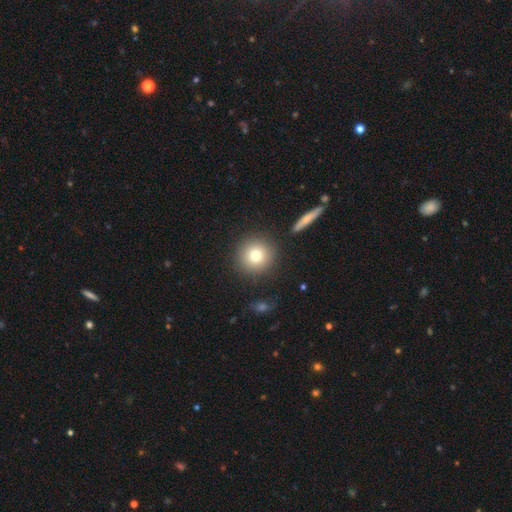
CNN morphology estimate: Overall: smooth (77%). How rounded: round (93%). Merging: none (87%).